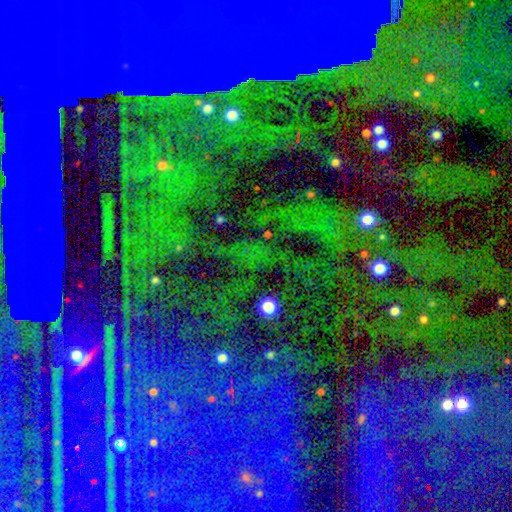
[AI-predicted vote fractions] Smooth or featured? star or artifact (80%)